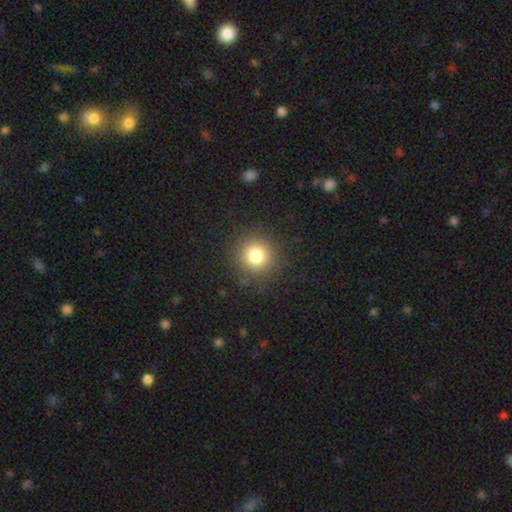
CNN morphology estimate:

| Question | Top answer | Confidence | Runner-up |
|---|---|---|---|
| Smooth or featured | smooth | 80% | star or artifact (13%) |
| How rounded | round | 94% | in between (5%) |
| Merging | none | 89% | minor disturbance (7%) |